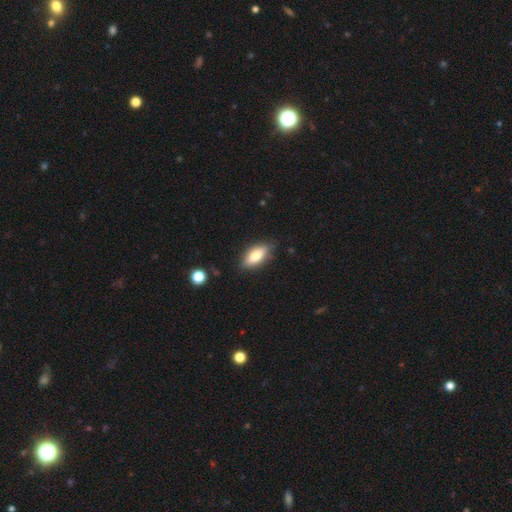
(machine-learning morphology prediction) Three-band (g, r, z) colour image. It shows a smooth galaxy with no disk features (70%) that is in between round and cigar-shaped (78%). Merging: none (81%).